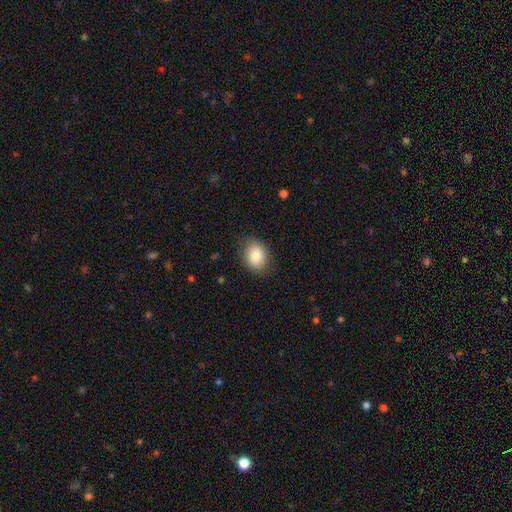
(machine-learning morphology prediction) smooth 84%, star or artifact 8%, featured or disk 8%. Down the decision tree: how rounded — in between (60%); merging — none (85%).